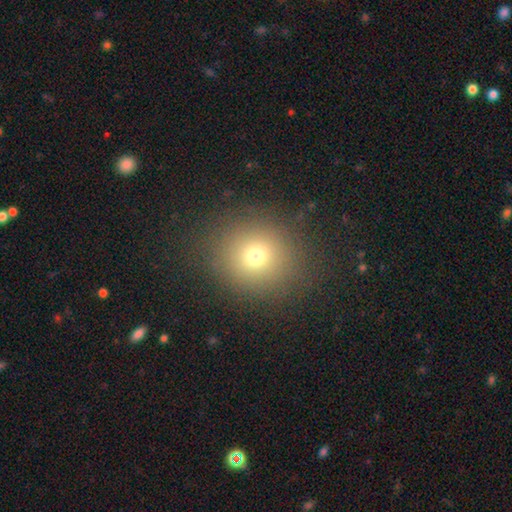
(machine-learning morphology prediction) smooth-or-featured: smooth: 71% | star or artifact: 18% | featured or disk: 10%
  how-rounded: round: 84% | in between: 15% | cigar-shaped: 1%
  merging: none: 87% | minor disturbance: 8% | major disturbance: 4% | merger: 1%